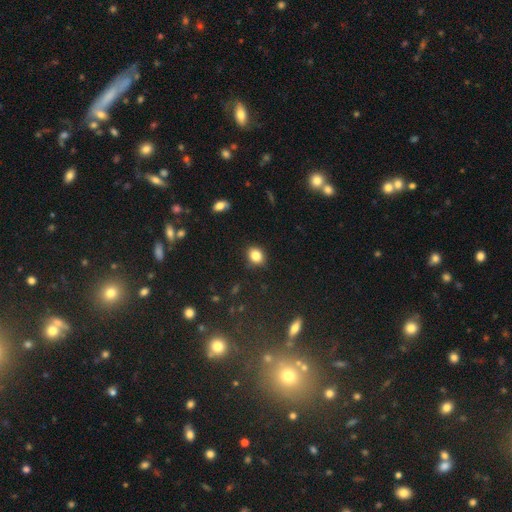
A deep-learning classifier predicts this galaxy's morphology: This appears to be a smooth galaxy with no disk features (84%) that is round (58%). Merging: none (86%).